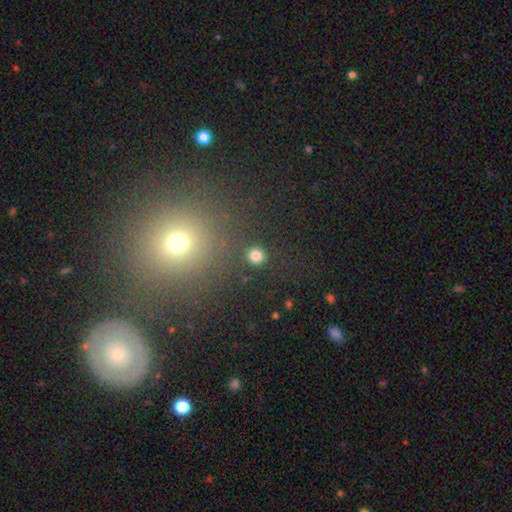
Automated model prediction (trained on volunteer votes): Smooth or featured? Predicted: smooth (p=0.82). How rounded? Predicted: round (p=0.93). Merging? Predicted: none (p=0.89).